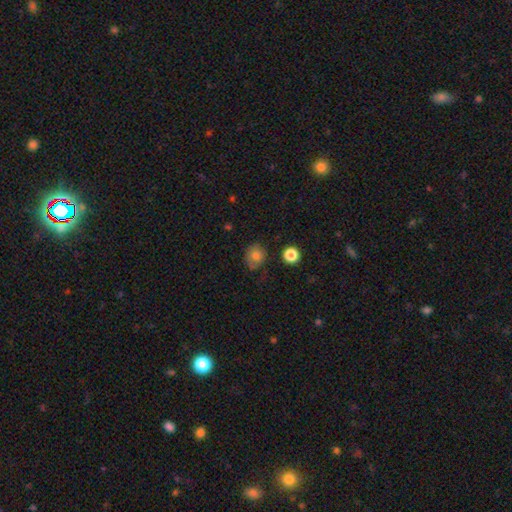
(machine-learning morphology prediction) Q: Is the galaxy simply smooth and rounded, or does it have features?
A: smooth — 77%.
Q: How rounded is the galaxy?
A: round — 64%.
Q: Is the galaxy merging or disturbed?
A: none — 64%.